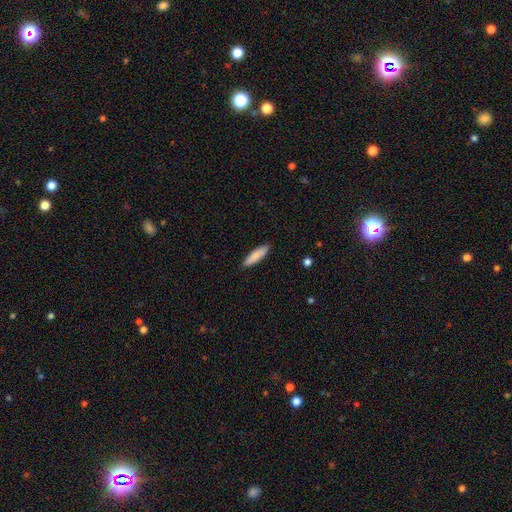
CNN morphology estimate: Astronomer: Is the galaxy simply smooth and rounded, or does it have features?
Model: smooth — 86%.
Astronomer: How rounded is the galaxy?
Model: cigar-shaped — 75%.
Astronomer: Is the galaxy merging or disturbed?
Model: none — 89%.